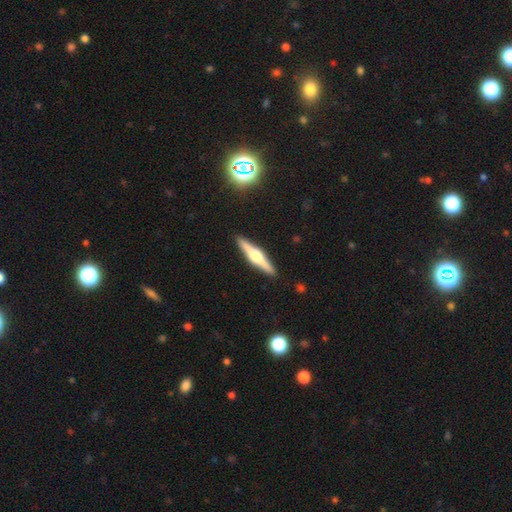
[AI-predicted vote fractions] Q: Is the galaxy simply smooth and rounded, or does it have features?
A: featured or disk — 70%.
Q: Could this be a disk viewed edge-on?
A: yes — 98%.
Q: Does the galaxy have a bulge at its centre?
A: rounded — 92%.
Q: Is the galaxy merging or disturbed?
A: none — 92%.